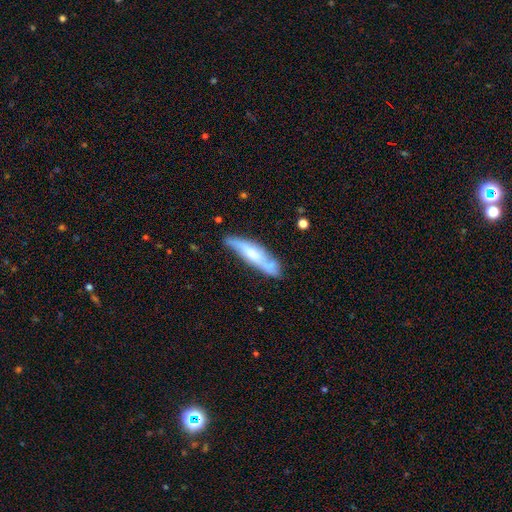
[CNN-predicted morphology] smooth_or_featured: featured or disk (p=0.58) [alt: smooth p=0.35]
disk_edge_on: yes (p=0.54) [alt: no p=0.46]
merging: none (p=0.62) [alt: minor disturbance p=0.22]